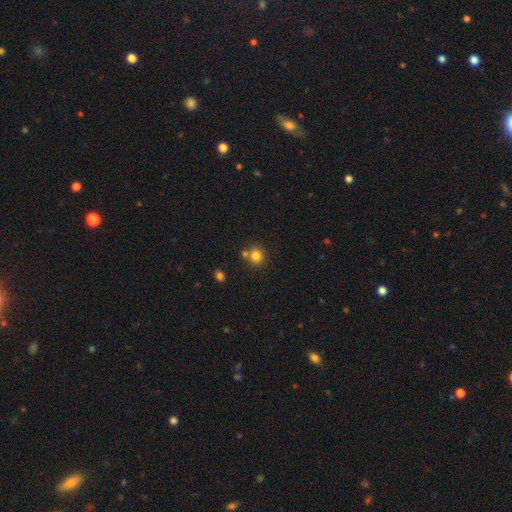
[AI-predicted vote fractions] Smooth or featured? Predicted: smooth (p=0.81). How rounded? Predicted: round (p=0.90). Merging? Predicted: none (p=0.70).